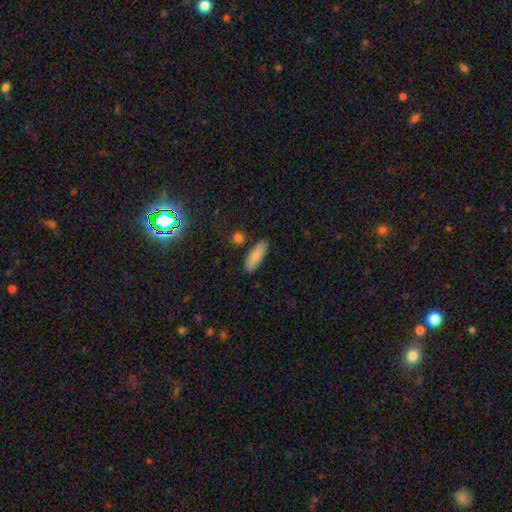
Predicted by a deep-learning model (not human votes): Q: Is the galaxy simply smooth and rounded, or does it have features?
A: smooth — 84%.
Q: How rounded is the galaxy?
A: in between — 54%.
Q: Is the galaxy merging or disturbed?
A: none — 85%.